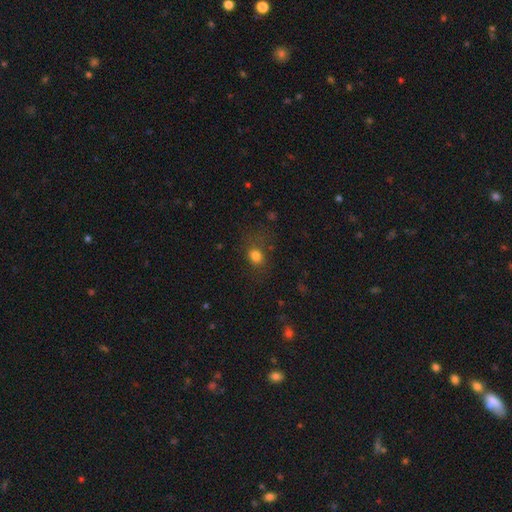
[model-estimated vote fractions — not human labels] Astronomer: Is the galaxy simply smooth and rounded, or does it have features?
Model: smooth — 77%.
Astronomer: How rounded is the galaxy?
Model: round — 56% (runner-up: in between, 43%).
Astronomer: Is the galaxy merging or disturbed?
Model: none — 64%.